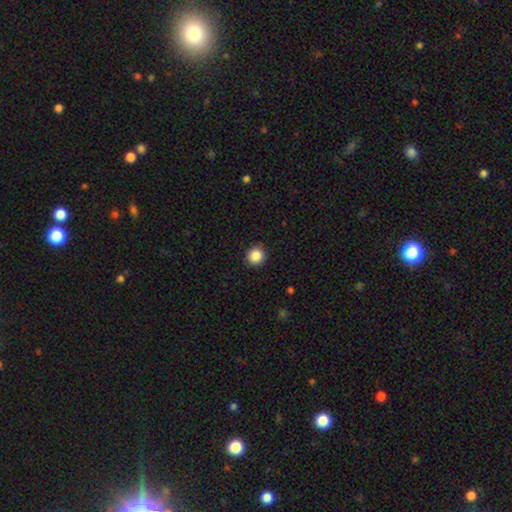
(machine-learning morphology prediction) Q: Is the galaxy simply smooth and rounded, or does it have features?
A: smooth — 87%.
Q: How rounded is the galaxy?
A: round — 94%.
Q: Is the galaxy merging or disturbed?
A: none — 92%.